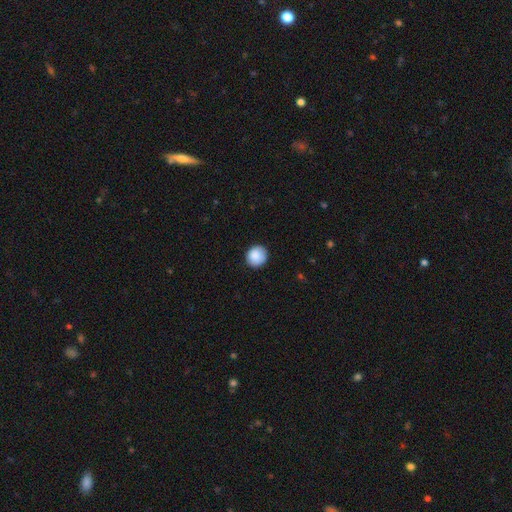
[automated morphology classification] type=smooth (88%); roundness=round (89%); merging=none (86%).